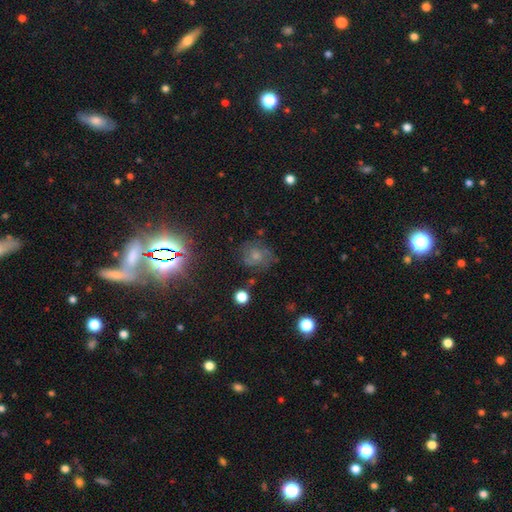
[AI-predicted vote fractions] Smooth or featured? featured or disk (42%)
Merging? none (62%)